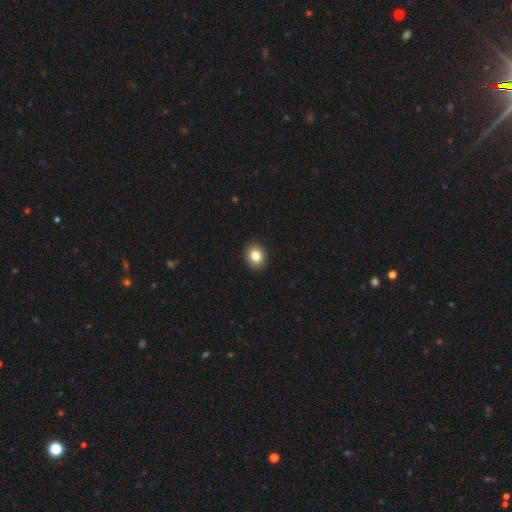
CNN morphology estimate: This appears to be a smooth galaxy with no disk features (82%) that is round (53%). Merging: none (91%).